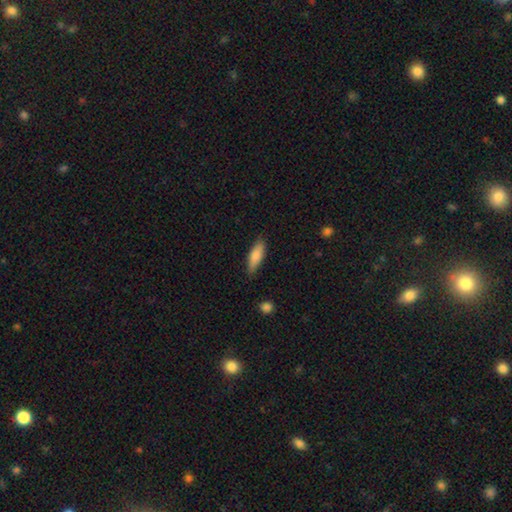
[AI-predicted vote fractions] smooth 81%, featured or disk 13%, star or artifact 6%. Down the decision tree: how rounded — in between (49%, tied with cigar-shaped); merging — none (80%).